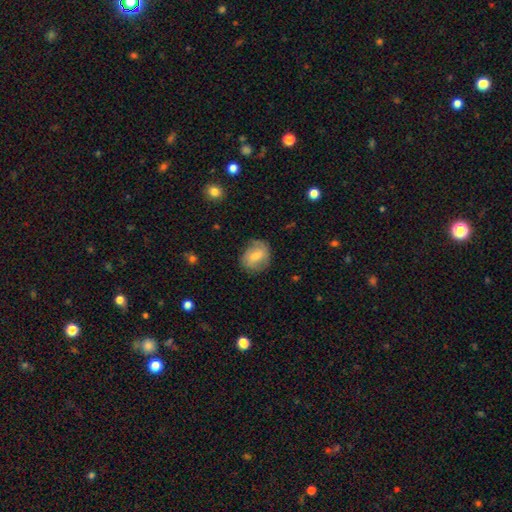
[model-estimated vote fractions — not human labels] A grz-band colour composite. It shows a smooth galaxy with no disk features (68%) that is round (51%). Merging: none (74%).